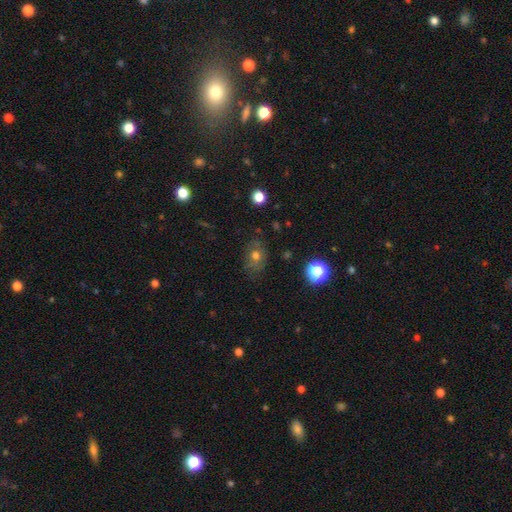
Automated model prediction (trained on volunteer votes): Smooth or featured?
  - smooth: 66% *
  - featured or disk: 18%
  - star or artifact: 16%
How rounded?
  - in between: 55% *
  - round: 44%
  - cigar-shaped: 1%
Merging?
  - none: 70% *
  - minor disturbance: 20%
  - major disturbance: 8%
  - merger: 2%